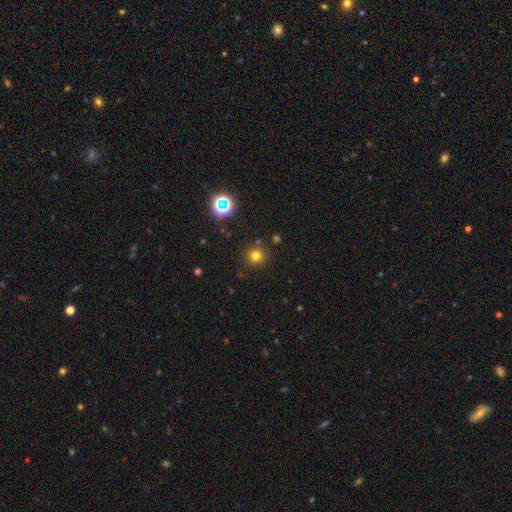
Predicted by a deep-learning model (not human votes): A smooth galaxy with no disk features (74%) that is round (93%).

Vote fractions:
- Smooth or featured? smooth: 74% / star or artifact: 19% / featured or disk: 6%
- How rounded? round: 93% / in between: 6% / cigar-shaped: 1%
- Merging? none: 85% / minor disturbance: 7% / merger: 5% / major disturbance: 3%